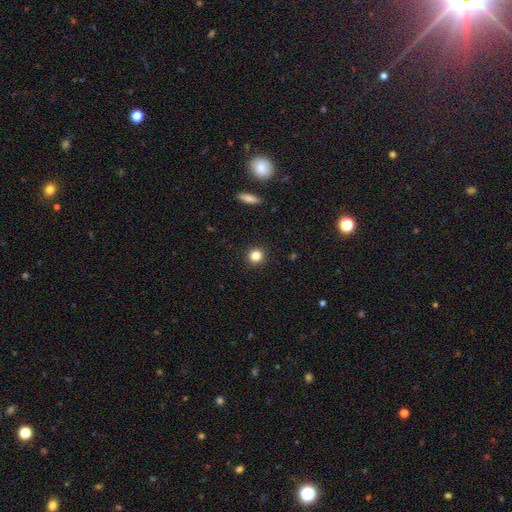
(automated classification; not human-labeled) smooth-or-featured: smooth: 83% | star or artifact: 12% | featured or disk: 5%
  how-rounded: round: 93% | in between: 6% | cigar-shaped: 1%
  merging: none: 92% | minor disturbance: 5% | major disturbance: 2% | merger: 1%